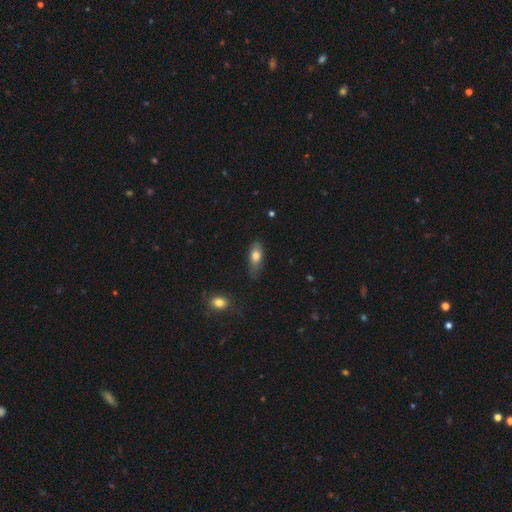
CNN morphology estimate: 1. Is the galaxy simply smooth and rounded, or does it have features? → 74% smooth, 19% featured or disk, 7% star or artifact.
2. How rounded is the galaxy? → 77% in between, 19% cigar-shaped, 4% round.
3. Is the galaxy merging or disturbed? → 63% none, 29% minor disturbance, 6% major disturbance, 2% merger.